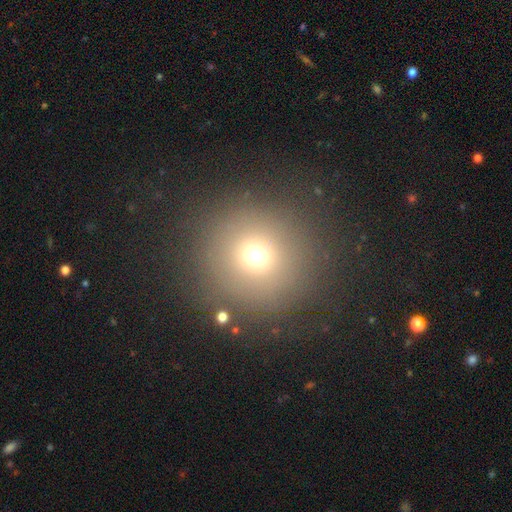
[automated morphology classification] Overall: smooth (69%). How rounded: round (95%). Merging: none (86%).